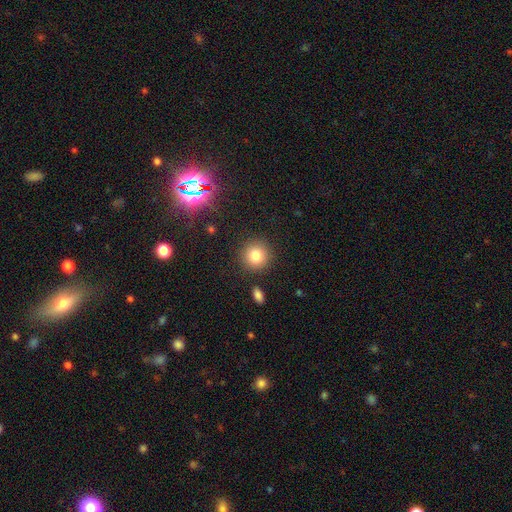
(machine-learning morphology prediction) Smooth or featured?
  - smooth: 80% *
  - star or artifact: 12%
  - featured or disk: 8%
How rounded?
  - round: 92% *
  - in between: 7%
  - cigar-shaped: 1%
Merging?
  - none: 87% *
  - minor disturbance: 7%
  - major disturbance: 3%
  - merger: 3%